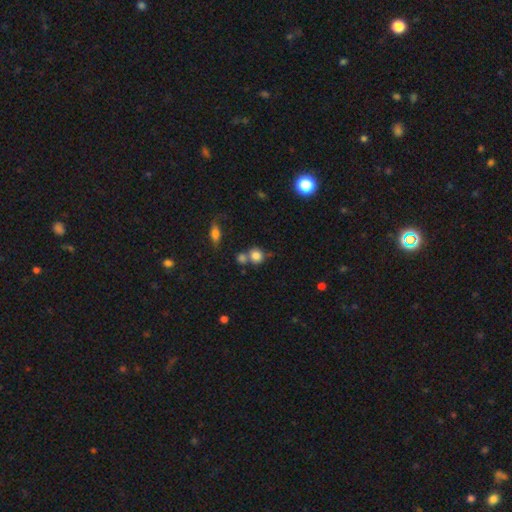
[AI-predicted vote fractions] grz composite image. It shows a smooth galaxy with no disk features (81%) that is round (84%). Merging: none (57%).